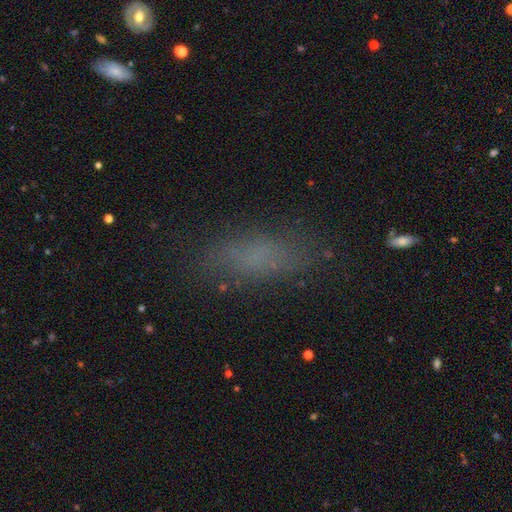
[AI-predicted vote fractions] Smooth or featured: smooth — 70% (star or artifact — 16%)
How rounded: in between — 68% (cigar-shaped — 28%)
Merging: none — 76% (minor disturbance — 15%)